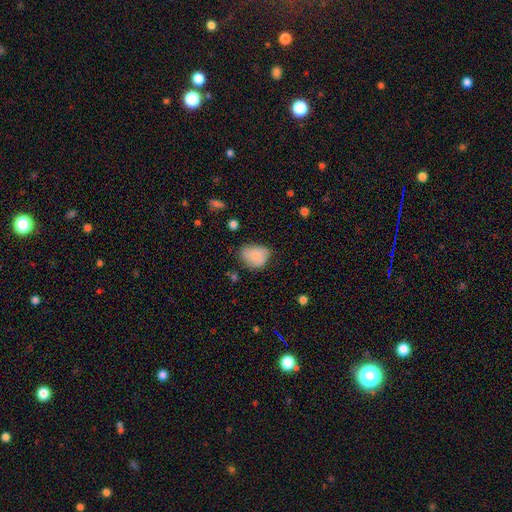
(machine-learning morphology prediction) smooth 82%, featured or disk 9%, star or artifact 8%. Down the decision tree: how rounded — in between (61%); merging — none (53%).